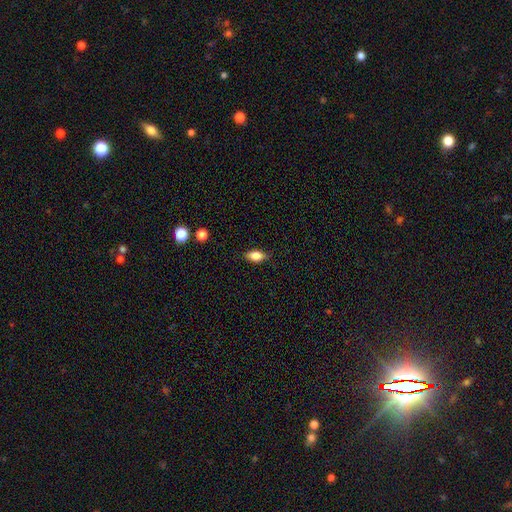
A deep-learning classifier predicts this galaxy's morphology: A smooth galaxy with no disk features (80%) that is in between round and cigar-shaped (85%). Merging: none (84%).